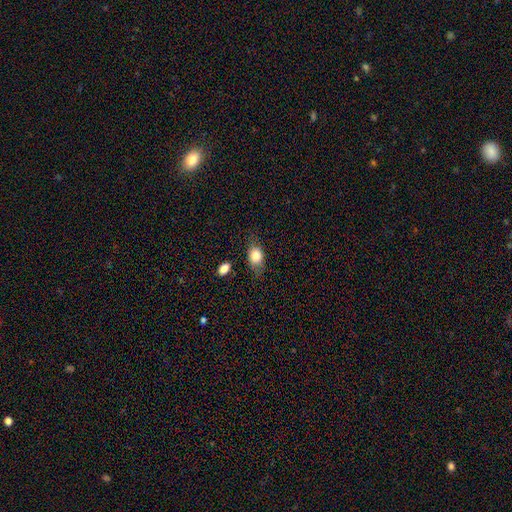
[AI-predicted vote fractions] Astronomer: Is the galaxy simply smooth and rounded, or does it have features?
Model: smooth — 77%.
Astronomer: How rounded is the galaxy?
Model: in between — 69%.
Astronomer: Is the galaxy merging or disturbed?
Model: none — 65%.